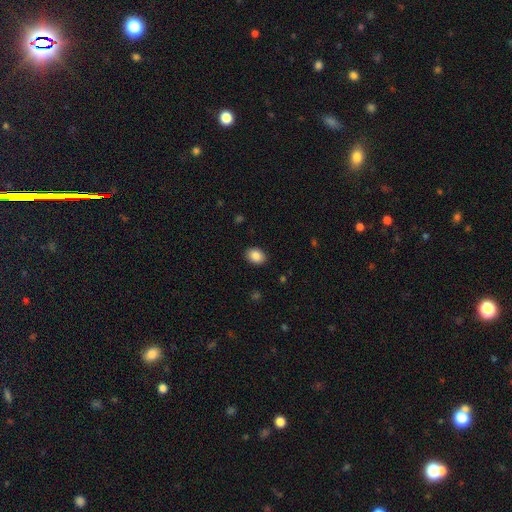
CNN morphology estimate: type=smooth (87%); roundness=in between (63%); merging=none (89%).